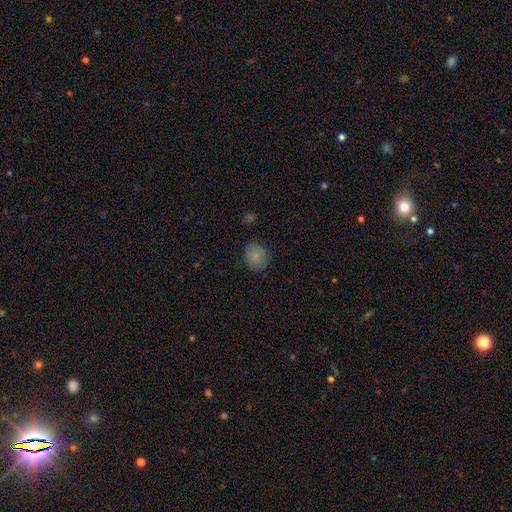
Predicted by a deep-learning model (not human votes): Smooth or featured: smooth — 83% (star or artifact — 11%)
How rounded: round — 74% (in between — 25%)
Merging: none — 81% (minor disturbance — 14%)